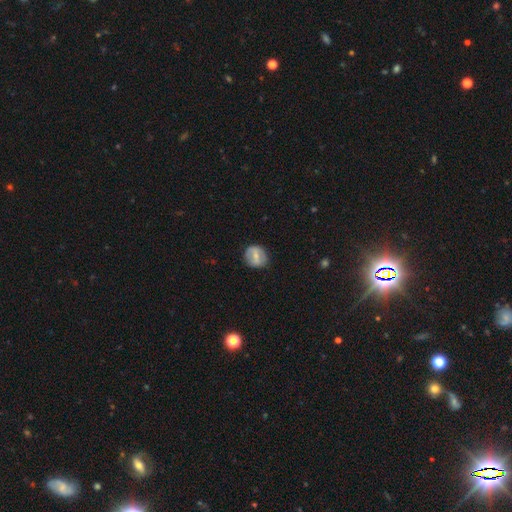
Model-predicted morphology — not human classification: This is possibly a smooth galaxy (48%). Merging: clearly none (81%).